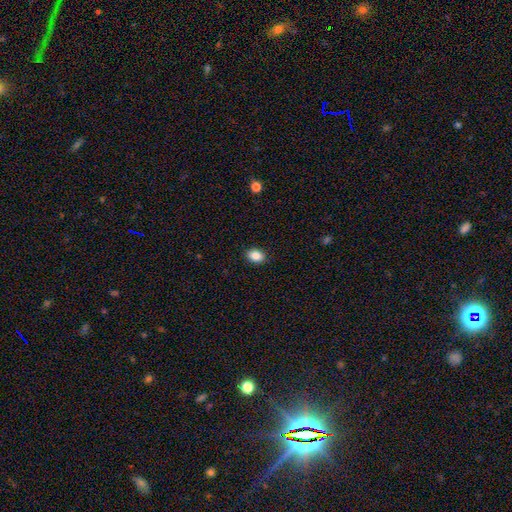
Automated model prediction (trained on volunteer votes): A smooth galaxy with no disk features (87%) that is in between round and cigar-shaped (75%). Merging: none (90%).